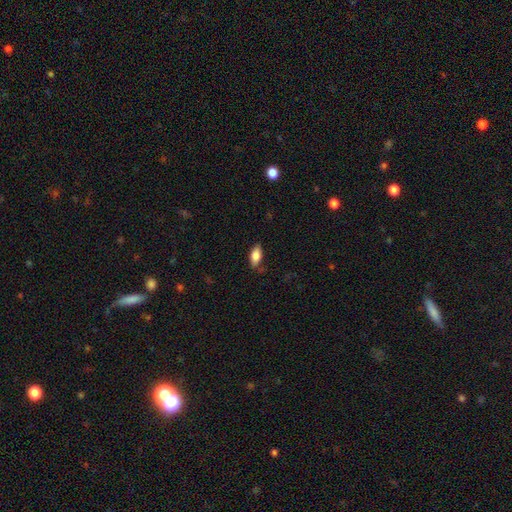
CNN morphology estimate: This is likely a smooth galaxy (79%). How rounded: clearly in between (85%). Merging: likely none (74%).